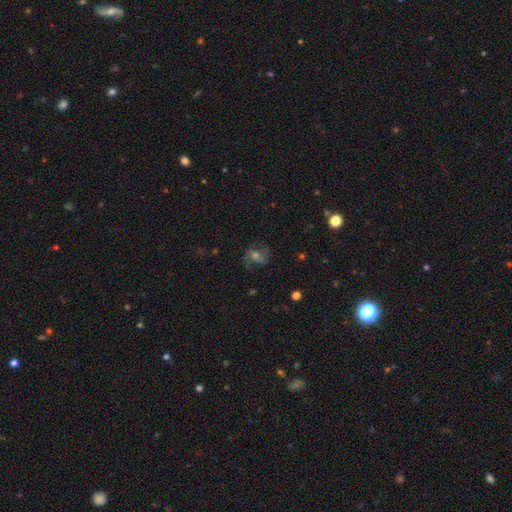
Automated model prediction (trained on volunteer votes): This is likely a featured or disk galaxy (65%). It is clearly not viewed edge-on (97%). Bar: marginally weak (42%, tied with no). Spiral arm pattern: clearly yes (90%). Spiral arm count: clearly 2 (83%). Spiral winding: possibly medium (54%). Central bulge: possibly moderate (54%). Merging: likely none (76%).